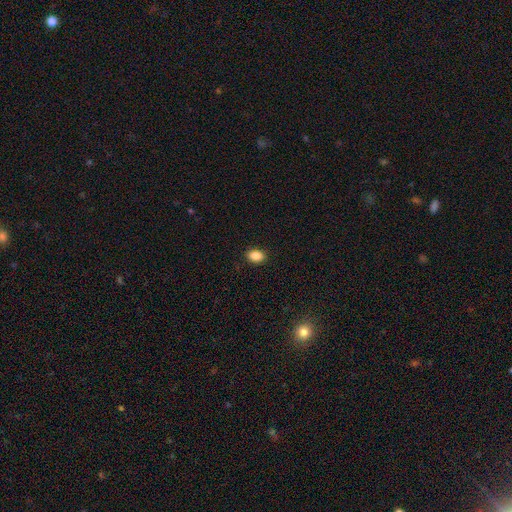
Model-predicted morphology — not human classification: Smooth or featured: smooth — 88% (star or artifact — 9%)
How rounded: in between — 80% (round — 19%)
Merging: none — 90% (minor disturbance — 7%)